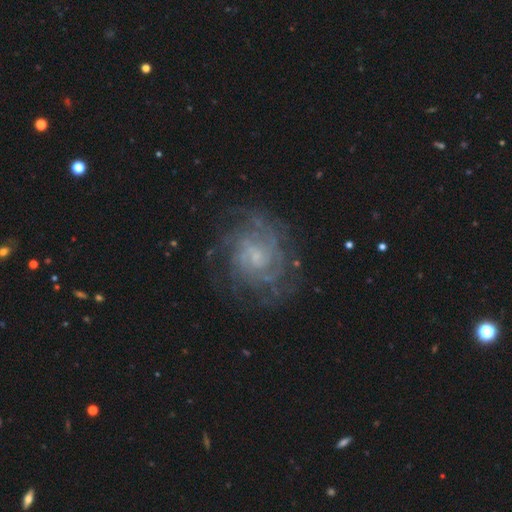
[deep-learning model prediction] This is clearly a featured or disk galaxy (83%). It is clearly not viewed edge-on (98%). Bar: possibly no (54%). Spiral arm pattern: clearly yes (93%). Spiral arm count: marginally can't tell (42%). Spiral winding: likely tight (62%). Central bulge: likely small (64%). Merging: likely none (76%).